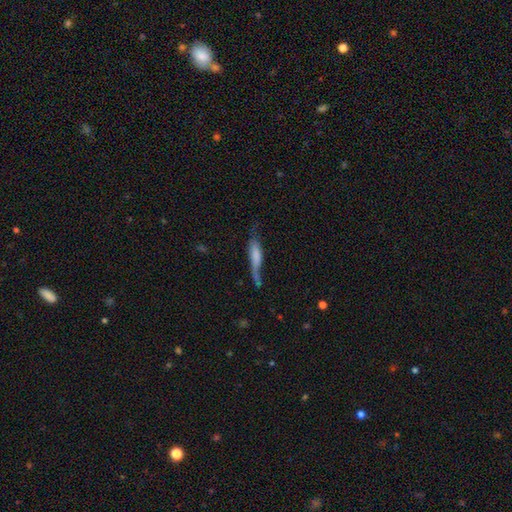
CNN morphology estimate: The model was most divided on "merging": none: 36%, minor disturbance: 31%, major disturbance: 24%, merger: 8%. More confident: how rounded — cigar-shaped (71%); smooth or featured — smooth (63%).